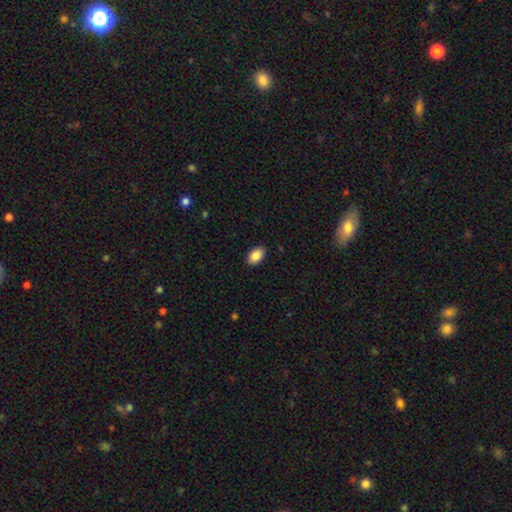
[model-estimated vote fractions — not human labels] Smooth or featured?
  - smooth: 88% *
  - star or artifact: 8%
  - featured or disk: 5%
How rounded?
  - in between: 89% *
  - round: 9%
  - cigar-shaped: 1%
Merging?
  - none: 89% *
  - minor disturbance: 8%
  - major disturbance: 2%
  - merger: 1%